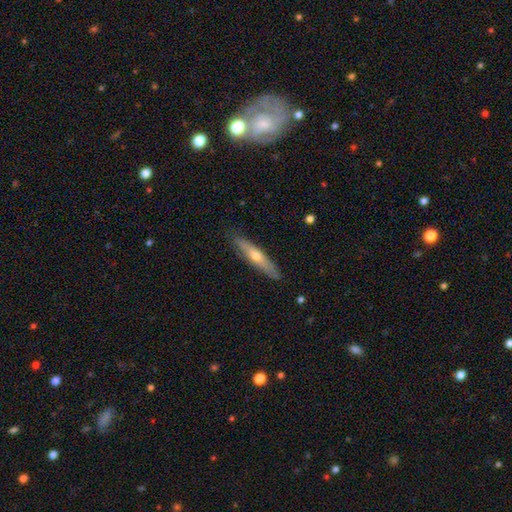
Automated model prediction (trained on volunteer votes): Overall: featured or disk (53%; smooth 40%). Edge-on disk: yes (88%). Merging: none (88%).